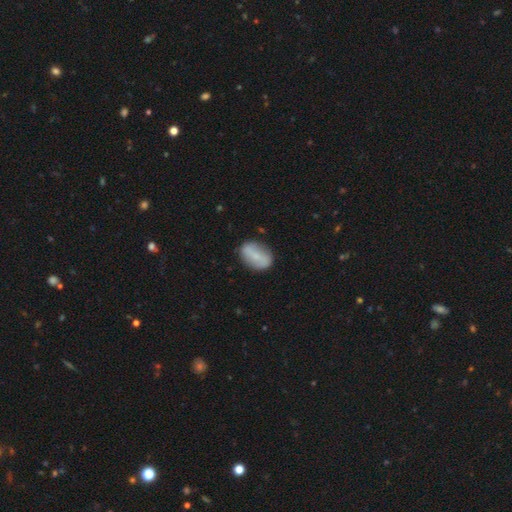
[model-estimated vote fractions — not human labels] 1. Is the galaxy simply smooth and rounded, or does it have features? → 61% smooth, 32% featured or disk, 7% star or artifact.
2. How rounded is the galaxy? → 82% in between, 15% round, 3% cigar-shaped.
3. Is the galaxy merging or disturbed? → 79% none, 15% minor disturbance, 4% major disturbance, 2% merger.